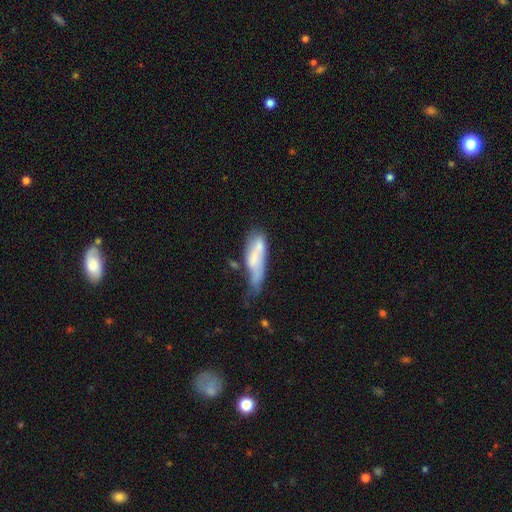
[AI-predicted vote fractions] Overall: smooth (54%; featured or disk 38%). How rounded: in between (53%; cigar-shaped 44%). Merging: minor disturbance (28%, tied with major disturbance).